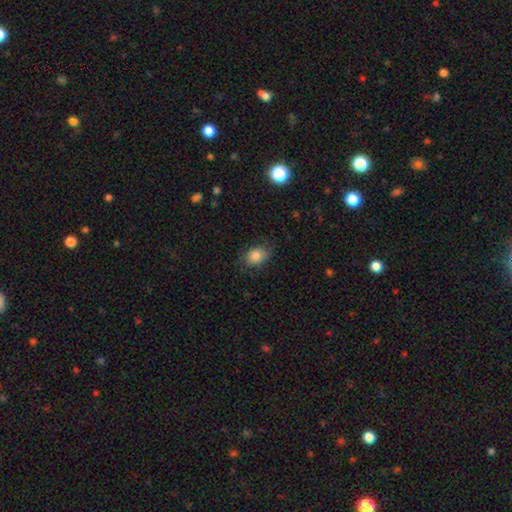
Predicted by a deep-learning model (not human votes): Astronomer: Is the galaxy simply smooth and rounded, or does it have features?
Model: smooth — 83%.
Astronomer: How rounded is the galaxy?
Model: in between — 65%.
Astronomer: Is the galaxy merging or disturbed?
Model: none — 72%.